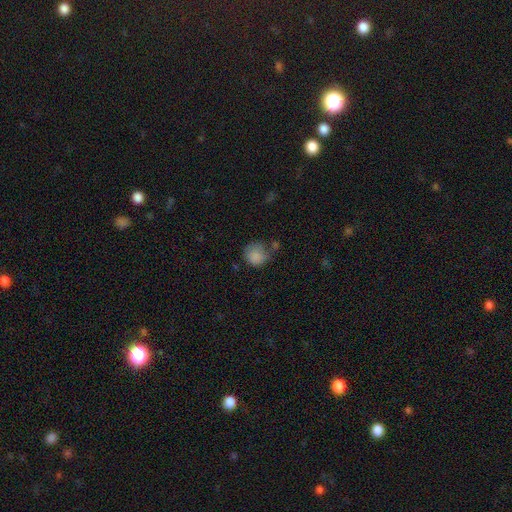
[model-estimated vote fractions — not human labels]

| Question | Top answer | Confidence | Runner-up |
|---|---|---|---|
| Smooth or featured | smooth | 84% | star or artifact (9%) |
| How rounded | round | 85% | in between (14%) |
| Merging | none | 54% | minor disturbance (27%) |